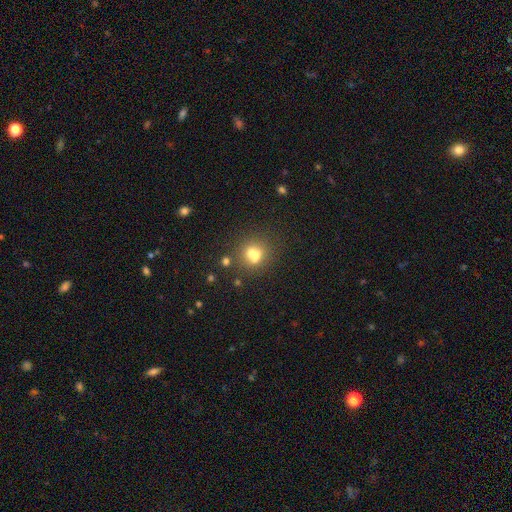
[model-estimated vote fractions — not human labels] smooth-or-featured: smooth: 65% | featured or disk: 20% | star or artifact: 15%
  how-rounded: round: 76% | in between: 23% | cigar-shaped: 1%
  merging: none: 44% | merger: 41% | minor disturbance: 10% | major disturbance: 5%